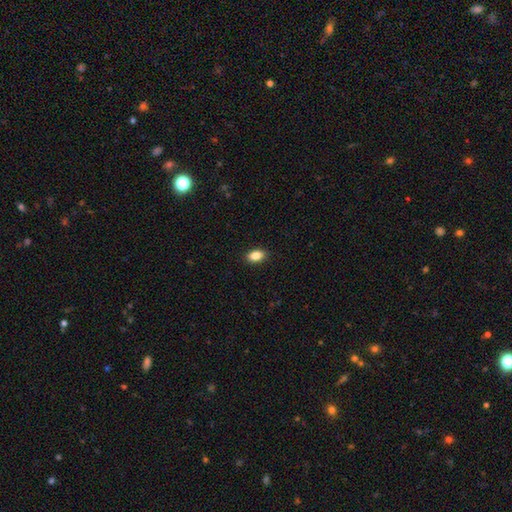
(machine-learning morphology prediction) Q: Smooth or featured?
A: smooth (86%); runner-up: star or artifact (8%)
Q: How rounded?
A: in between (88%); runner-up: round (9%)
Q: Merging?
A: none (90%); runner-up: minor disturbance (7%)